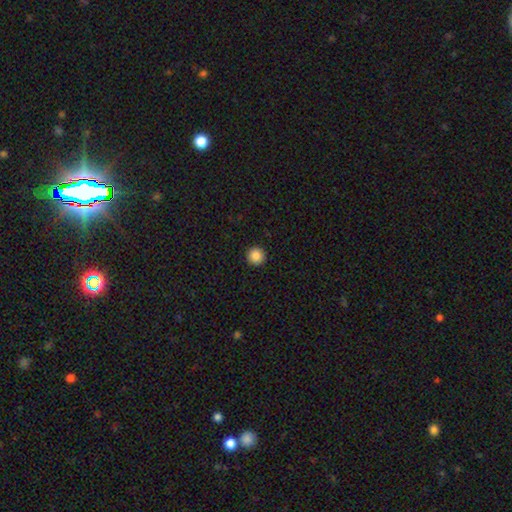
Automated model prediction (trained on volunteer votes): smooth-or-featured: smooth: 87% | star or artifact: 10% | featured or disk: 3%
  how-rounded: round: 96% | in between: 3% | cigar-shaped: 1%
  merging: none: 94% | minor disturbance: 4% | major disturbance: 1% | merger: 1%